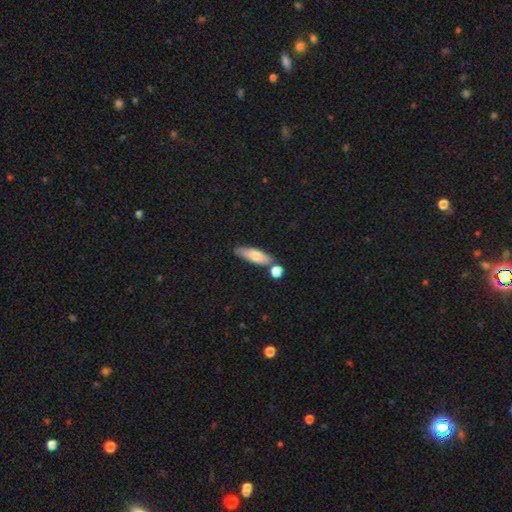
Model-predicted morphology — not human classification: smooth_or_featured: smooth (p=0.75) [alt: featured or disk p=0.19]
how_rounded: in between (p=0.53) [alt: cigar-shaped p=0.44]
merging: none (p=0.67) [alt: minor disturbance p=0.15]